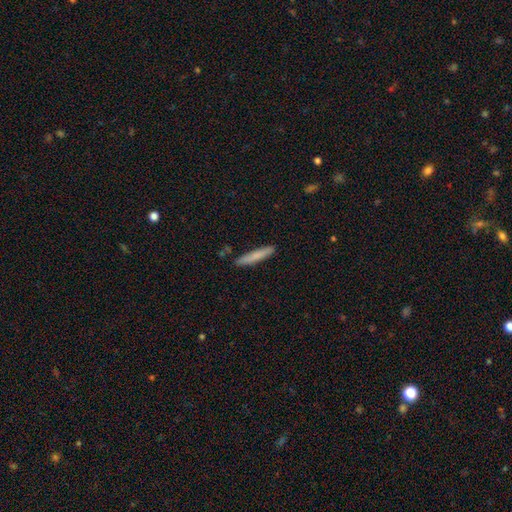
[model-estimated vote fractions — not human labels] Overall: smooth (76%). How rounded: cigar-shaped (94%). Merging: none (87%).